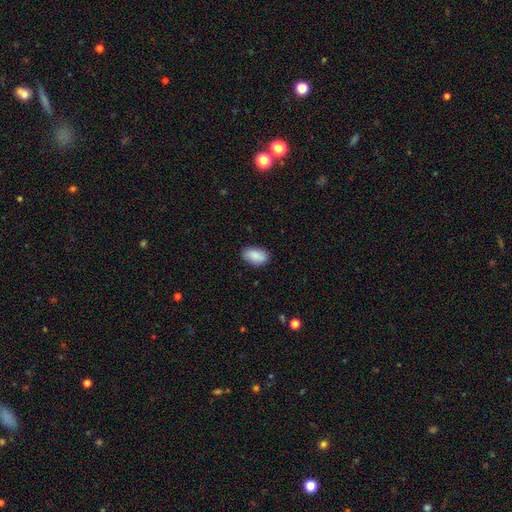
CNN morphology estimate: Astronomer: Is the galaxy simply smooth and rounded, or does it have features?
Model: smooth — 88%.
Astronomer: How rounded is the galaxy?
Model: in between — 93%.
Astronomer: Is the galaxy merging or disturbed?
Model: none — 86%.